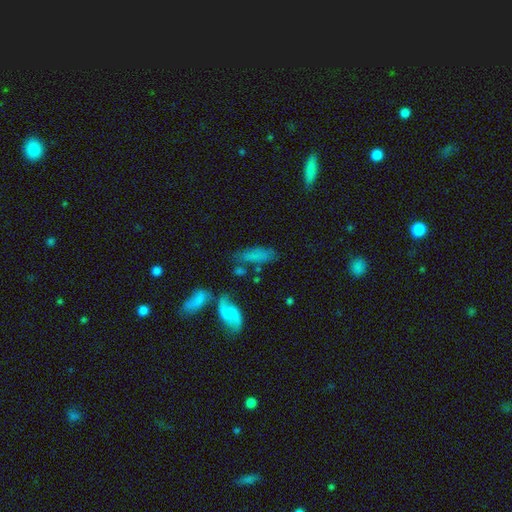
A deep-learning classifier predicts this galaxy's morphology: A smooth galaxy with no disk features (65%) that is in between round and cigar-shaped (57%).

Vote fractions:
- Smooth or featured? smooth: 65% / featured or disk: 24% / star or artifact: 11%
- How rounded? in between: 57% / cigar-shaped: 39% / round: 4%
- Merging? none: 50% / minor disturbance: 22% / merger: 16% / major disturbance: 12%